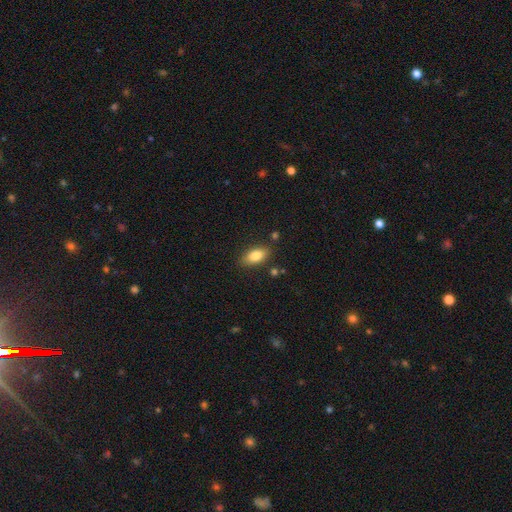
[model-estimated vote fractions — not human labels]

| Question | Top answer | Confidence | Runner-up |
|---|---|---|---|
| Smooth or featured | smooth | 82% | featured or disk (10%) |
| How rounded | in between | 89% | cigar-shaped (6%) |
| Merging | none | 83% | minor disturbance (11%) |